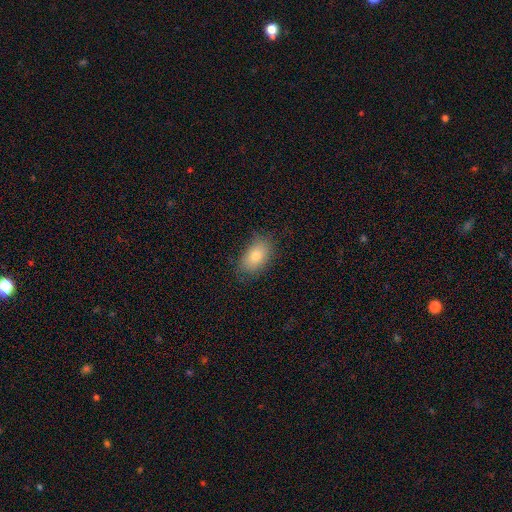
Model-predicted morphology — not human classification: Overall: smooth (78%). How rounded: in between (88%). Merging: none (82%).